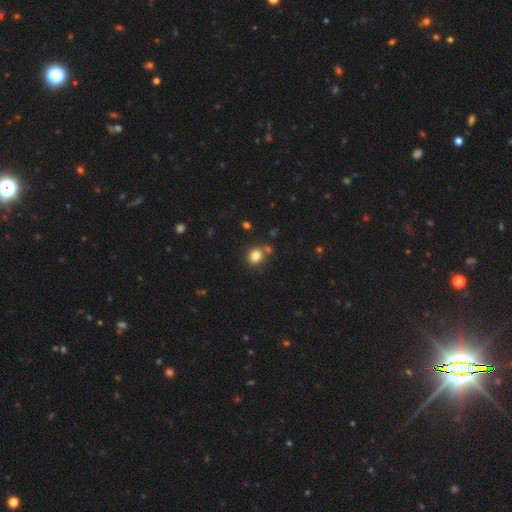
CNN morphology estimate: A smooth galaxy with no disk features (83%) that is round (57%).

Vote fractions:
- Smooth or featured? smooth: 83% / star or artifact: 11% / featured or disk: 7%
- How rounded? round: 57% / in between: 42% / cigar-shaped: 1%
- Merging? none: 71% / merger: 14% / minor disturbance: 12% / major disturbance: 4%